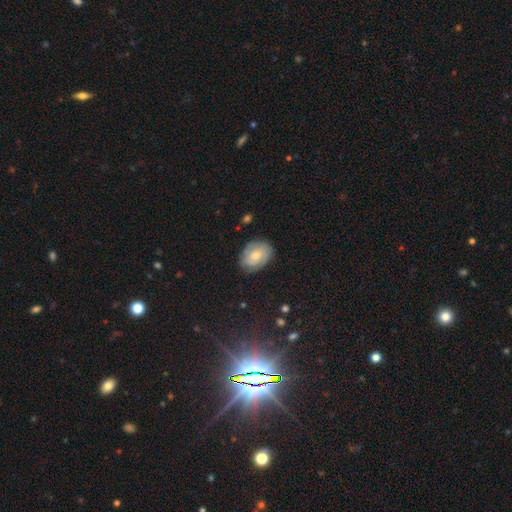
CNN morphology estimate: smooth_or_featured: smooth (p=0.60) [alt: featured or disk p=0.33]
how_rounded: in between (p=0.75) [alt: round p=0.24]
merging: none (p=0.75) [alt: minor disturbance p=0.19]